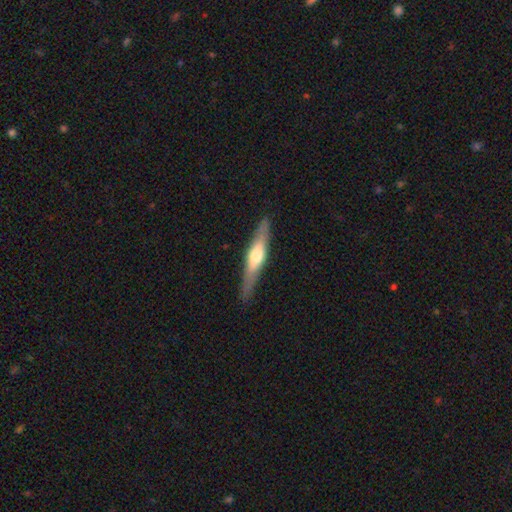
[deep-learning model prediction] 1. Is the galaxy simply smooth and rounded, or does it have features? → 58% featured or disk, 37% smooth, 5% star or artifact.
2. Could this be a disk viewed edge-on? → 91% yes, 9% no.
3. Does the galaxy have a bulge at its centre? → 86% rounded, 8% boxy, 7% none.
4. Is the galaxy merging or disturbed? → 86% none, 10% minor disturbance, 2% major disturbance, 1% merger.